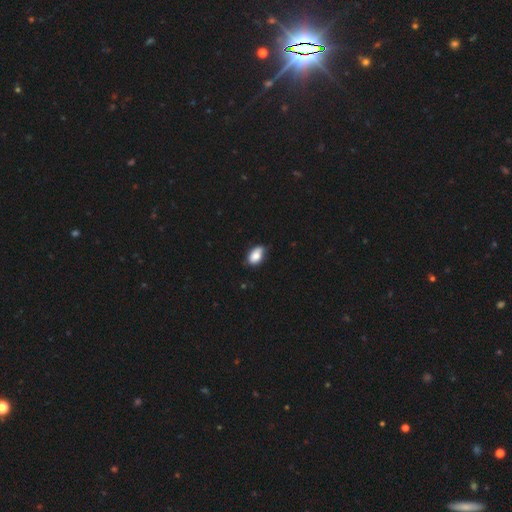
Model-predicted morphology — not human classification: Smooth or featured?
  - smooth: 83% *
  - featured or disk: 10%
  - star or artifact: 7%
How rounded?
  - in between: 91% *
  - round: 7%
  - cigar-shaped: 2%
Merging?
  - none: 65% *
  - minor disturbance: 30%
  - major disturbance: 4%
  - merger: 2%